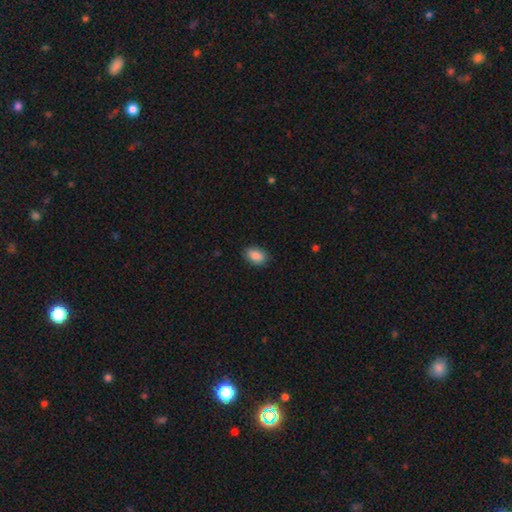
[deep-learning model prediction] smooth_or_featured: smooth (p=0.88) [alt: star or artifact p=0.07]
how_rounded: in between (p=0.86) [alt: round p=0.13]
merging: none (p=0.86) [alt: minor disturbance p=0.10]